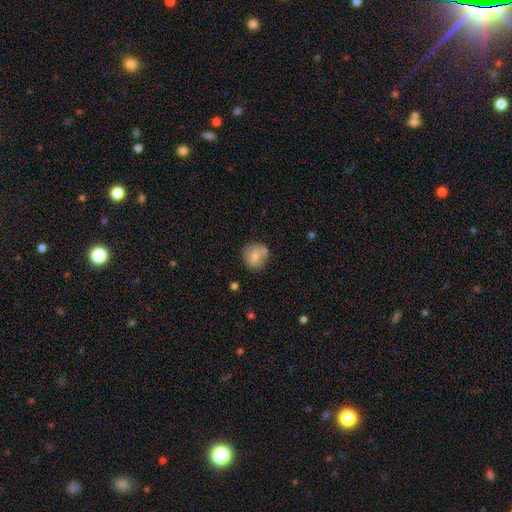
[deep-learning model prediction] This is likely a smooth galaxy (66%). How rounded: clearly round (84%). Merging: likely none (61%).